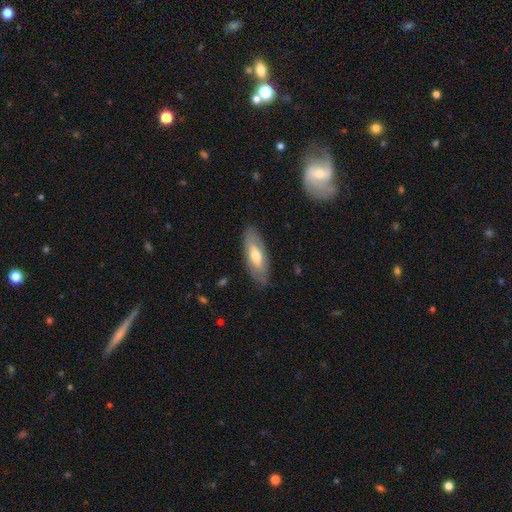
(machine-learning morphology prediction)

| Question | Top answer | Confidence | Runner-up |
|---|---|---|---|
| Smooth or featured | smooth | 56% | featured or disk (38%) |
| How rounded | in between | 71% | cigar-shaped (26%) |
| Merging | none | 82% | minor disturbance (14%) |